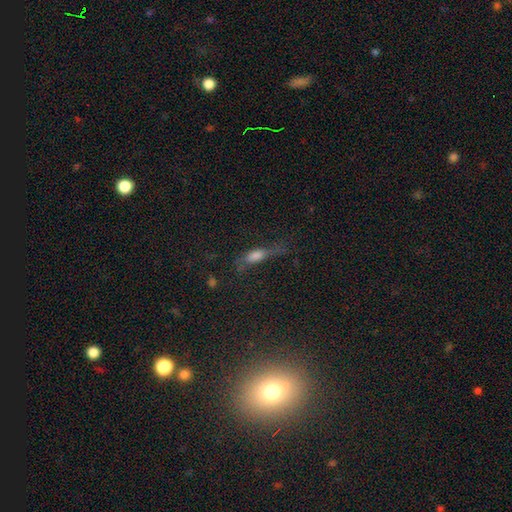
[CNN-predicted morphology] Smooth or featured: smooth — 54% (featured or disk — 28%)
How rounded: cigar-shaped — 52% (in between — 43%)
Merging: none — 46% (minor disturbance — 25%)